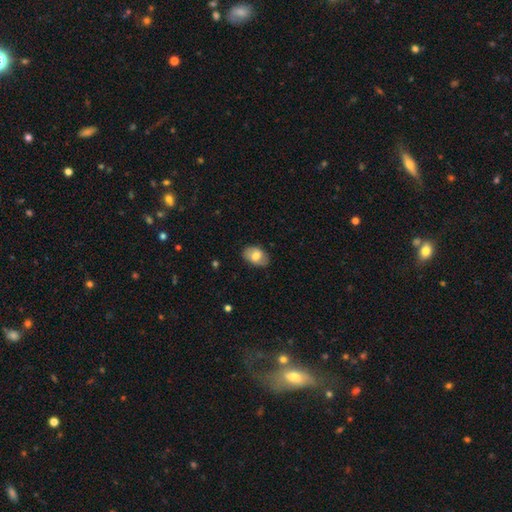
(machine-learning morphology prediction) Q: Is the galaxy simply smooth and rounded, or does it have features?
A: smooth — 72%.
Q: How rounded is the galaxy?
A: in between — 85%.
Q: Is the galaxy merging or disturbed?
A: none — 81%.